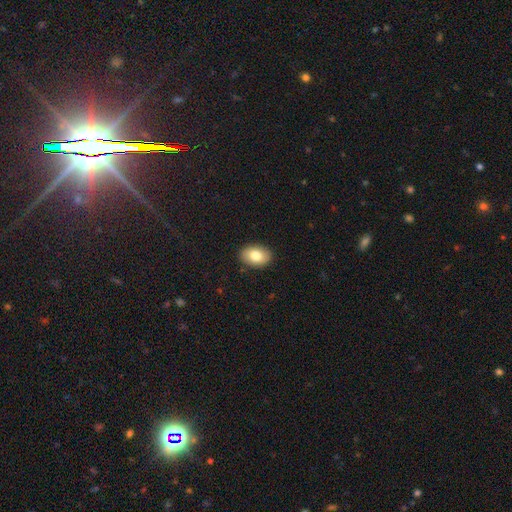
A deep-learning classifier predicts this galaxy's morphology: A smooth galaxy with no disk features (81%) that is in between round and cigar-shaped (85%).

Vote fractions:
- Smooth or featured? smooth: 81% / featured or disk: 11% / star or artifact: 7%
- How rounded? in between: 85% / round: 14% / cigar-shaped: 1%
- Merging? none: 89% / minor disturbance: 8% / major disturbance: 2% / merger: 1%